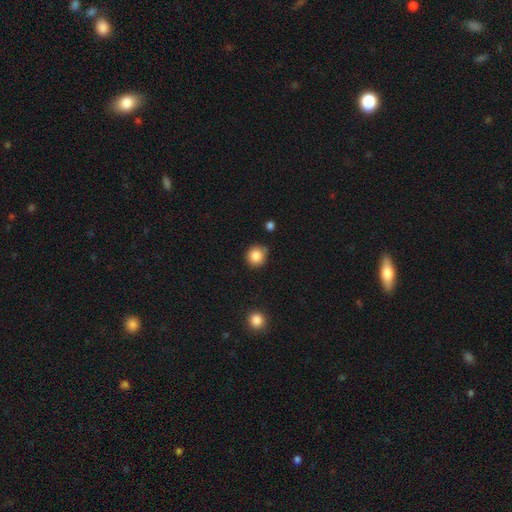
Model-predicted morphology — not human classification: smooth-or-featured: smooth: 86% | star or artifact: 10% | featured or disk: 5%
  how-rounded: round: 91% | in between: 8% | cigar-shaped: 1%
  merging: none: 79% | minor disturbance: 15% | merger: 4% | major disturbance: 3%